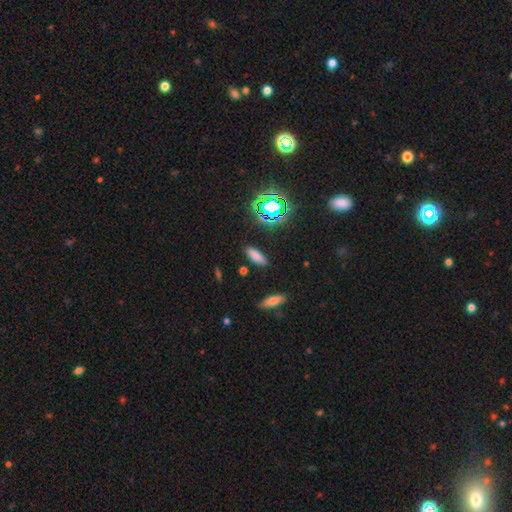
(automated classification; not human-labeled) The model was most divided on "how rounded": in between: 55%, cigar-shaped: 42%, round: 3%. More confident: merging — none (88%); smooth or featured — smooth (76%).